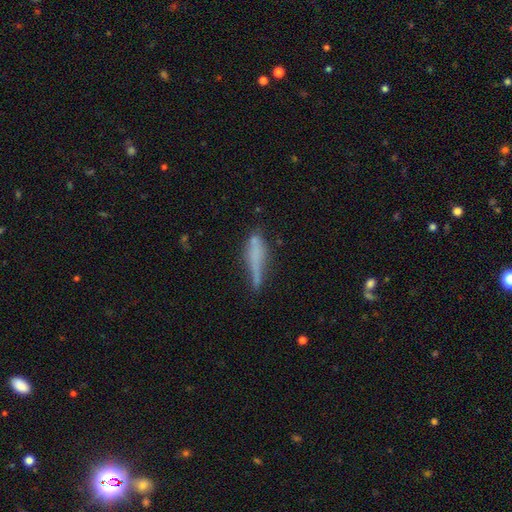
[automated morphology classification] Overall: smooth (57%; featured or disk 32%). How rounded: cigar-shaped (82%). Merging: none (49%; minor disturbance 29%).